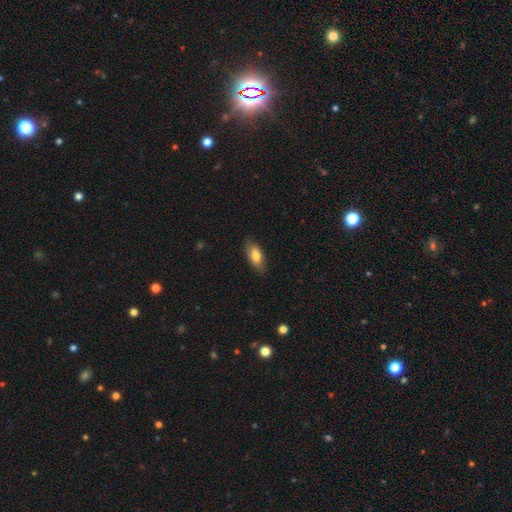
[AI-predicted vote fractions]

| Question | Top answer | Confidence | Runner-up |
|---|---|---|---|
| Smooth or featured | smooth | 73% | featured or disk (21%) |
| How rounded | in between | 82% | cigar-shaped (15%) |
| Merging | none | 80% | minor disturbance (15%) |